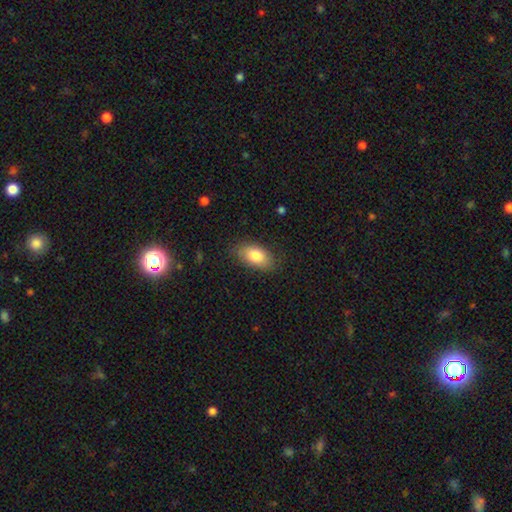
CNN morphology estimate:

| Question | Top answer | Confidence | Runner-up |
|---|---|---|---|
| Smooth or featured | smooth | 81% | featured or disk (12%) |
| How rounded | in between | 92% | round (5%) |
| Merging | none | 81% | minor disturbance (14%) |